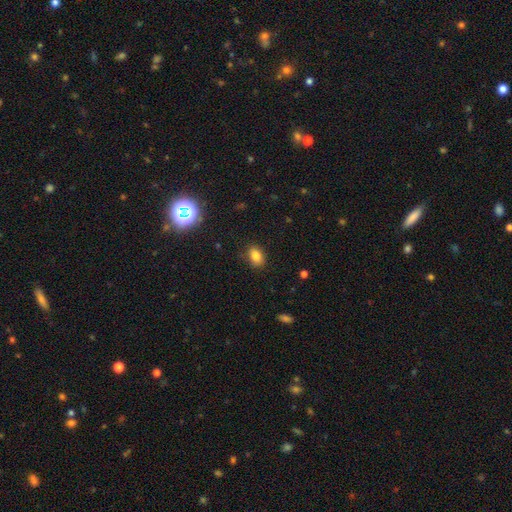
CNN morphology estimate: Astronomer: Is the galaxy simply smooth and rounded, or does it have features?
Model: smooth — 82%.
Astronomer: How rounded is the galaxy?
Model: in between — 80%.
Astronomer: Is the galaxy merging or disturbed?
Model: none — 83%.